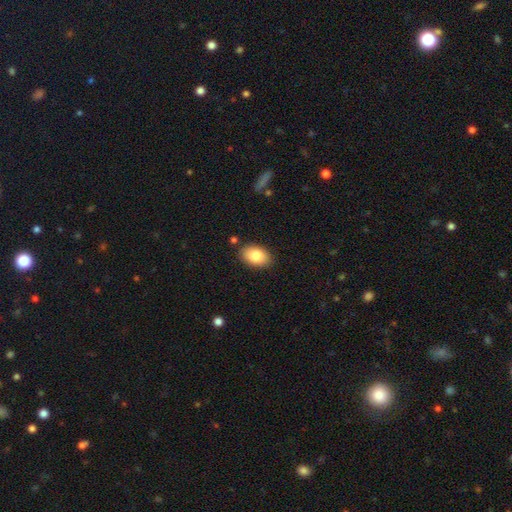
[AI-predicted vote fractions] This appears to be a smooth galaxy with no disk features (84%) that is in between round and cigar-shaped (89%). Merging: none (86%).